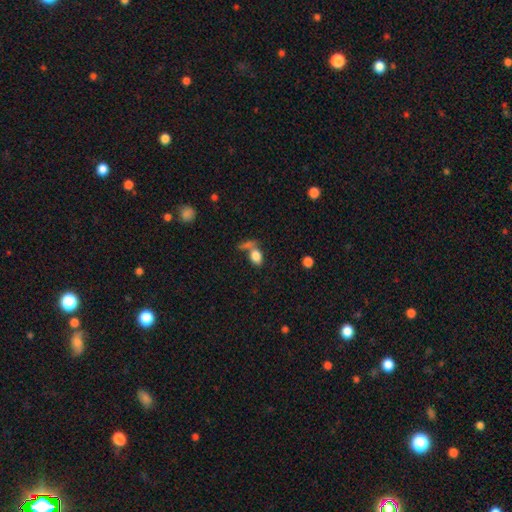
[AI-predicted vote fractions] This appears to be a smooth galaxy with no disk features (81%) that is in between round and cigar-shaped (79%). Merging: none (40%).